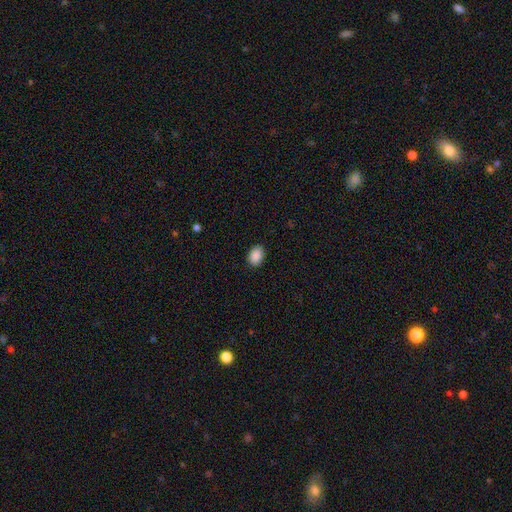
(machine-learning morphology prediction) Smooth or featured: smooth — 90% (star or artifact — 8%)
How rounded: in between — 77% (round — 22%)
Merging: none — 87% (minor disturbance — 9%)